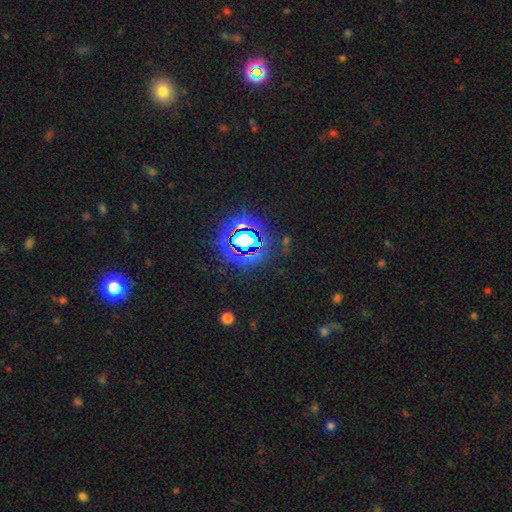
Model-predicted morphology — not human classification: Smooth or featured?
  - star or artifact: 82% *
  - smooth: 12%
  - featured or disk: 7%